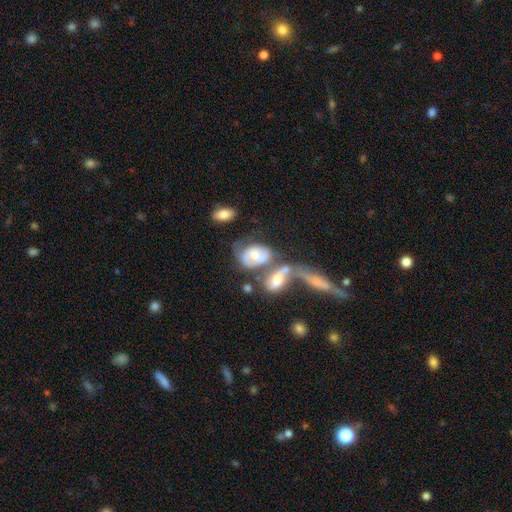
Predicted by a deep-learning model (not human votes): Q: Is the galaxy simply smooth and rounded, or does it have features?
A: featured or disk — 52%.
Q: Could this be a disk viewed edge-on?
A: no — 94%.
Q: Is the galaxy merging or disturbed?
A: merger — 60%.